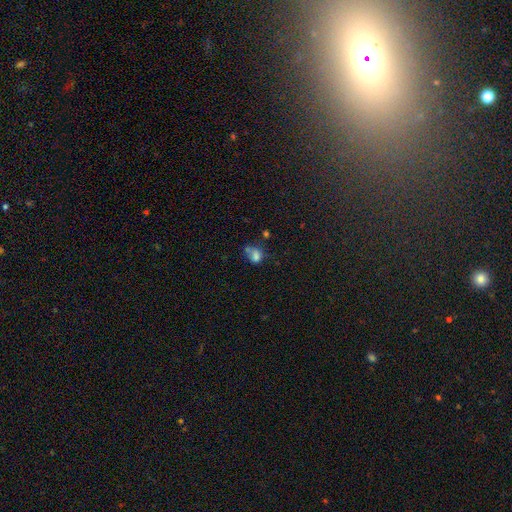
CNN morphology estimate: A smooth galaxy with no disk features (69%) that is in between round and cigar-shaped (63%).

Vote fractions:
- Smooth or featured? smooth: 69% / featured or disk: 16% / star or artifact: 16%
- How rounded? in between: 63% / round: 35% / cigar-shaped: 2%
- Merging? merger: 32% / none: 31% / minor disturbance: 20% / major disturbance: 17%